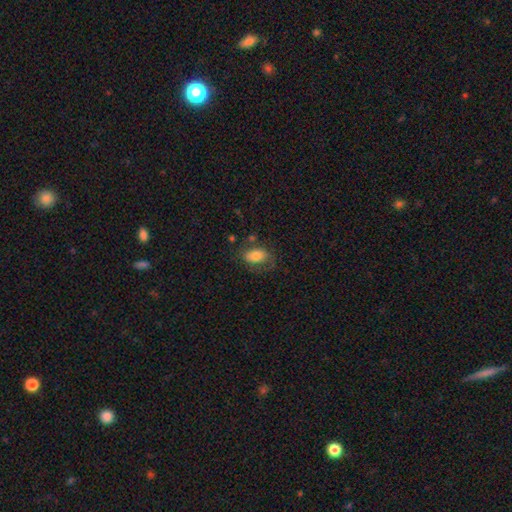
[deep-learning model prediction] The model was most divided on "merging": none: 54%, minor disturbance: 25%, major disturbance: 17%, merger: 4%. More confident: how rounded — in between (88%); smooth or featured — smooth (73%).